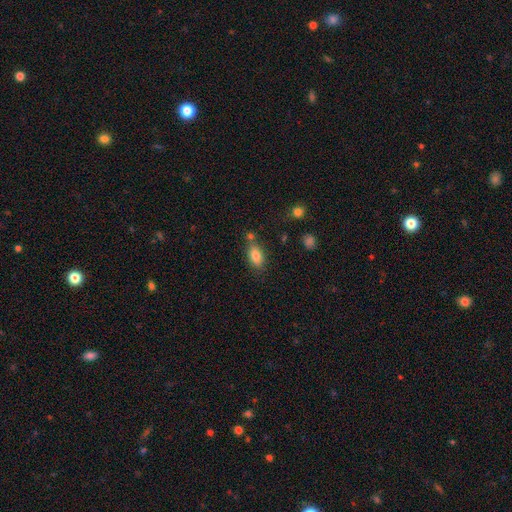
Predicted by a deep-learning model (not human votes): Q: Smooth or featured?
A: smooth (82%); runner-up: featured or disk (10%)
Q: How rounded?
A: in between (87%); runner-up: round (7%)
Q: Merging?
A: none (69%); runner-up: minor disturbance (15%)